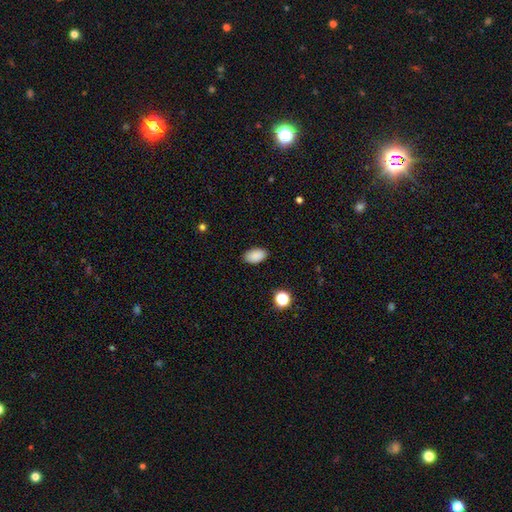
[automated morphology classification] smooth-or-featured: smooth: 89% | star or artifact: 8% | featured or disk: 3%
  how-rounded: in between: 93% | round: 6% | cigar-shaped: 1%
  merging: none: 88% | minor disturbance: 9% | major disturbance: 2% | merger: 1%